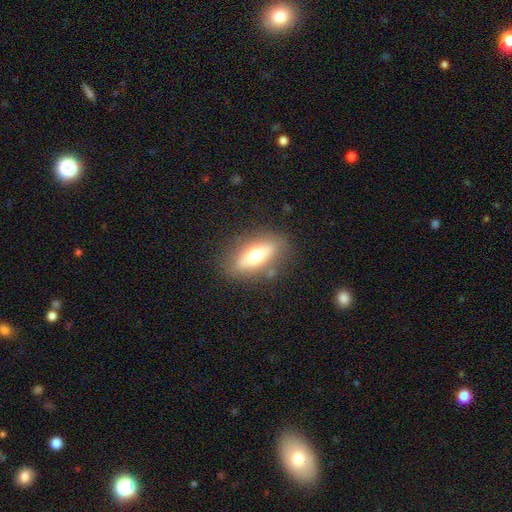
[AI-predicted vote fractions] Q: Smooth or featured?
A: smooth (50%); runner-up: featured or disk (41%)
Q: How rounded?
A: in between (64%); runner-up: cigar-shaped (29%)
Q: Merging?
A: none (83%); runner-up: minor disturbance (11%)